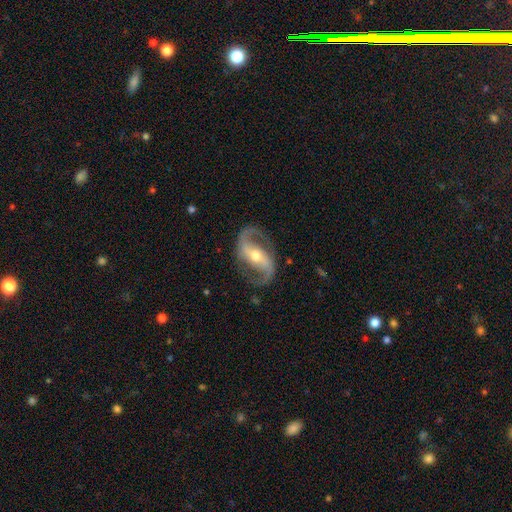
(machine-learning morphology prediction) Smooth or featured?
  - featured or disk: 92% *
  - smooth: 4%
  - star or artifact: 4%
Edge-on disk?
  - no: 97% *
  - yes: 3%
Bar?
  - strong: 45% *
  - weak: 36%
  - no: 19%
Spiral arms?
  - yes: 97% *
  - no: 3%
Spiral winding?
  - medium: 52% *
  - loose: 37%
  - tight: 11%
Spiral arm count?
  - 2: 94% *
  - 1: 2%
  - can't tell: 2%
  - 3: 1%
  - 4: 1%
  - more than 4: 1%
Bulge size?
  - moderate: 64% *
  - small: 29%
  - large: 4%
  - none: 1%
  - dominant: 1%
Merging?
  - none: 83% *
  - minor disturbance: 11%
  - major disturbance: 5%
  - merger: 1%